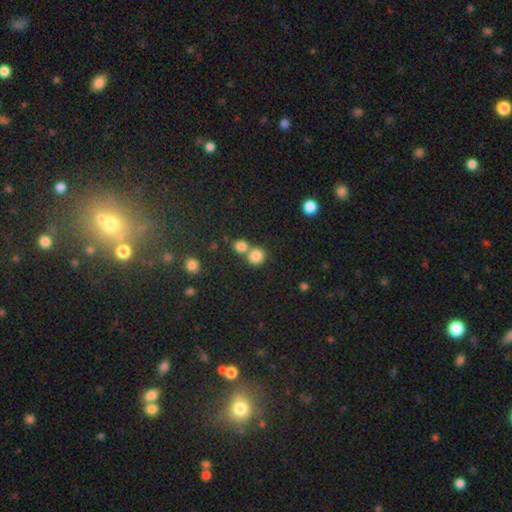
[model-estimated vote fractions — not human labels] smooth 82%, star or artifact 12%, featured or disk 6%. Down the decision tree: how rounded — round (86%); merging — none (51%).